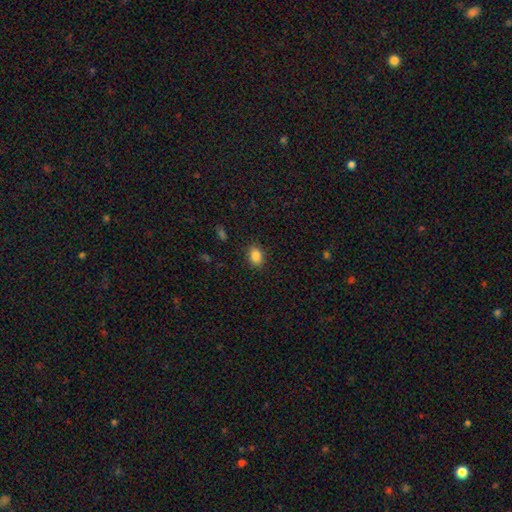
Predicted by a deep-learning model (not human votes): smooth 86%, star or artifact 10%, featured or disk 5%. Down the decision tree: how rounded — in between (68%); merging — none (88%).